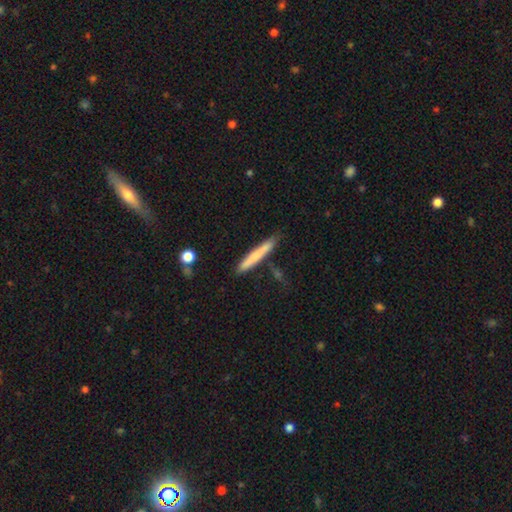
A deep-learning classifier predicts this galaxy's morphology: This is likely a smooth galaxy (70%). How rounded: clearly cigar-shaped (95%). Merging: likely none (79%).